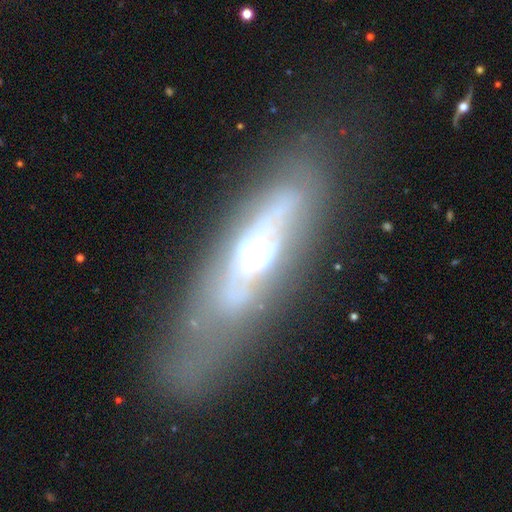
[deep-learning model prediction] Overall: featured or disk (70%). Edge-on disk: no (57%; yes 43%). Merging: none (63%).